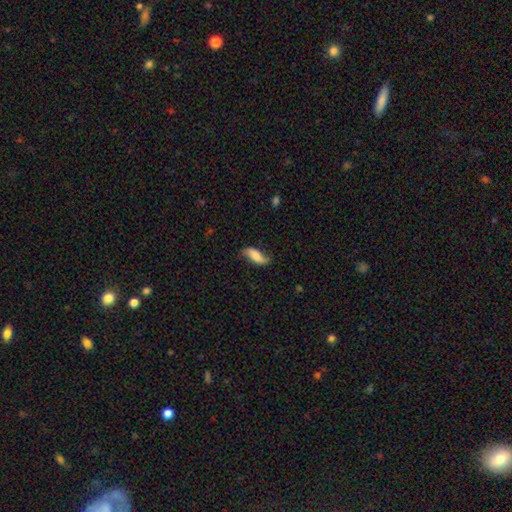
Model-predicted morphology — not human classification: smooth_or_featured: smooth (p=0.62) [alt: featured or disk p=0.31]
how_rounded: in between (p=0.76) [alt: cigar-shaped p=0.21]
merging: none (p=0.64) [alt: minor disturbance p=0.27]